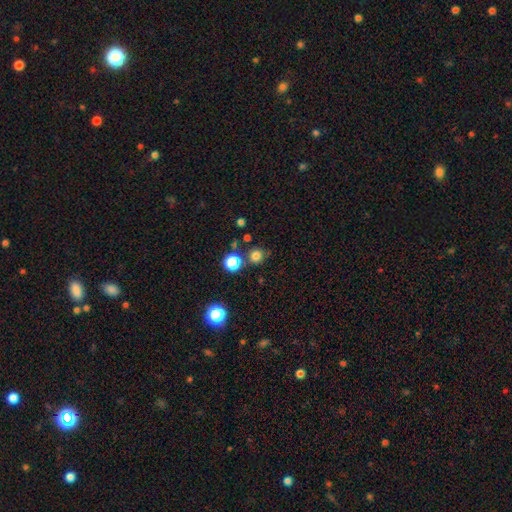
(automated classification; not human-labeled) A smooth galaxy with no disk features (76%) that is round (89%). Merging: none (77%).